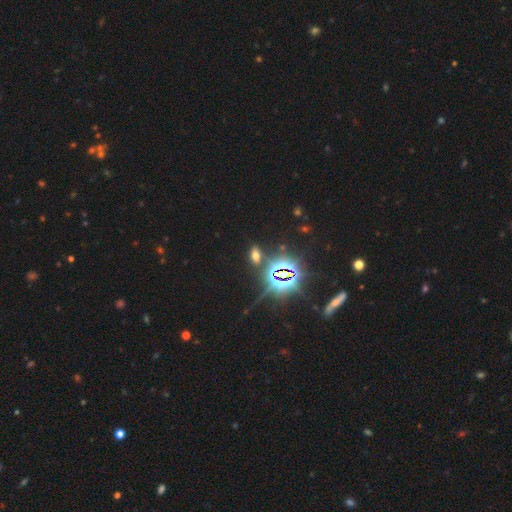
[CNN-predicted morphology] Q: Smooth or featured?
A: star or artifact (48%); runner-up: smooth (41%)